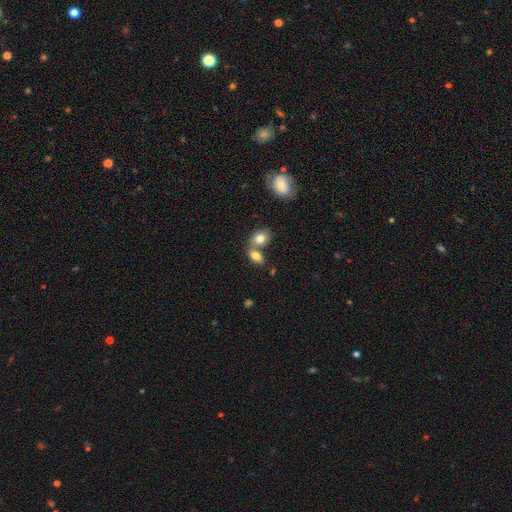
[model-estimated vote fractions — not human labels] Morphology: type=smooth (80%); roundness=in between (84%); merging=merger (52%).